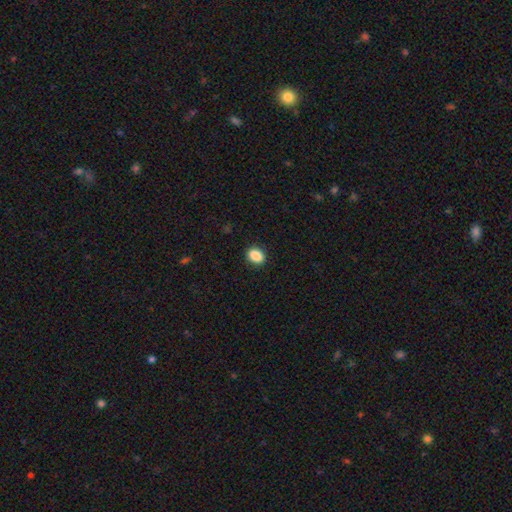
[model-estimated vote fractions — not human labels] smooth_or_featured: smooth (p=0.89) [alt: star or artifact p=0.08]
how_rounded: in between (p=0.69) [alt: round p=0.30]
merging: none (p=0.90) [alt: minor disturbance p=0.07]